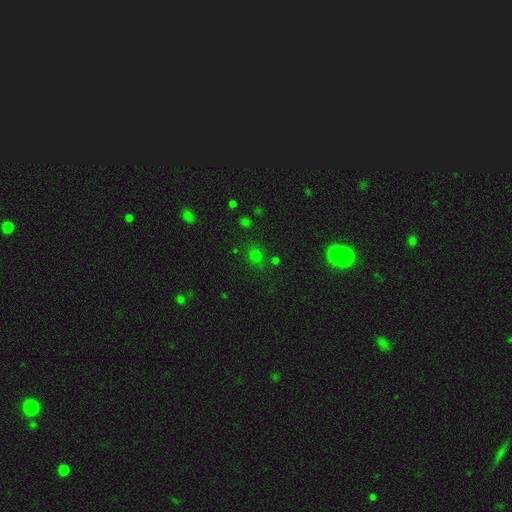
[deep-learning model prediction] Smooth or featured? Predicted: smooth (p=0.65). How rounded? Predicted: round (p=0.79). Merging? Predicted: none (p=0.80).